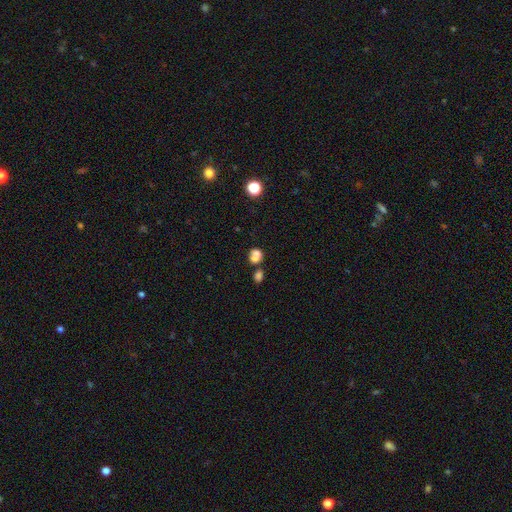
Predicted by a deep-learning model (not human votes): This is likely a smooth galaxy (72%). How rounded: likely round (61%). Merging: possibly merger (58%).